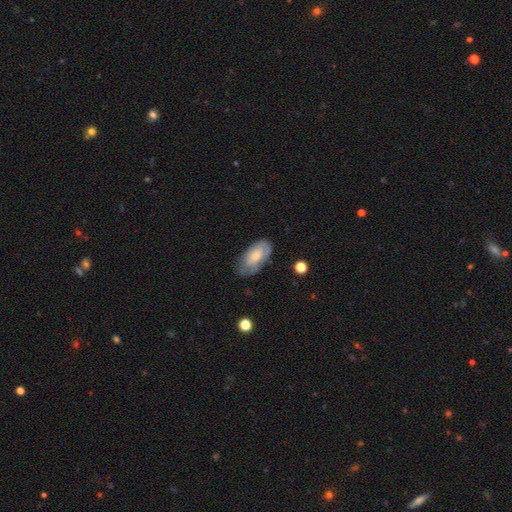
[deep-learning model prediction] This appears to be a smooth galaxy with no disk features (60%) that is in between round and cigar-shaped (93%). Merging: none (63%).